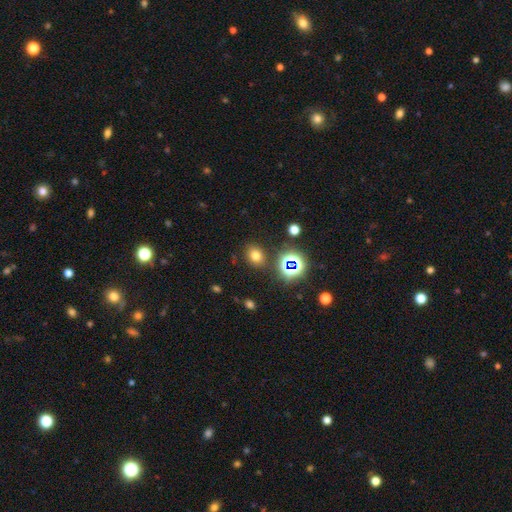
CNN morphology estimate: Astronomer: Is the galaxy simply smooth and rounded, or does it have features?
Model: smooth — 69%.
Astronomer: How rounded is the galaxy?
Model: round — 54% (runner-up: in between, 45%).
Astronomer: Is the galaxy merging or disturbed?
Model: none — 84%.